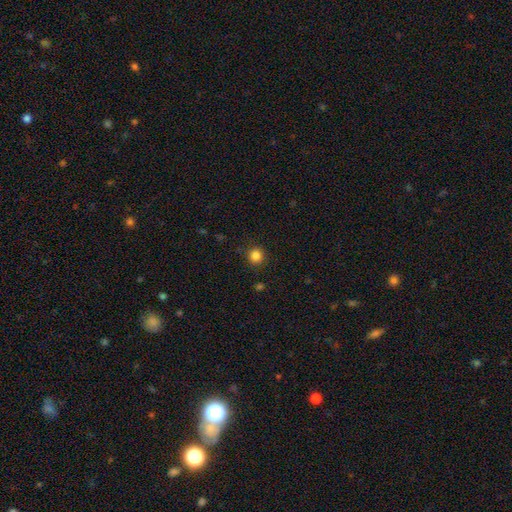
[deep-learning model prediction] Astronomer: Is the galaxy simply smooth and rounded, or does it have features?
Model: smooth — 84%.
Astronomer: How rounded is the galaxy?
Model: round — 91%.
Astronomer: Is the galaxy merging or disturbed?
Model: none — 90%.